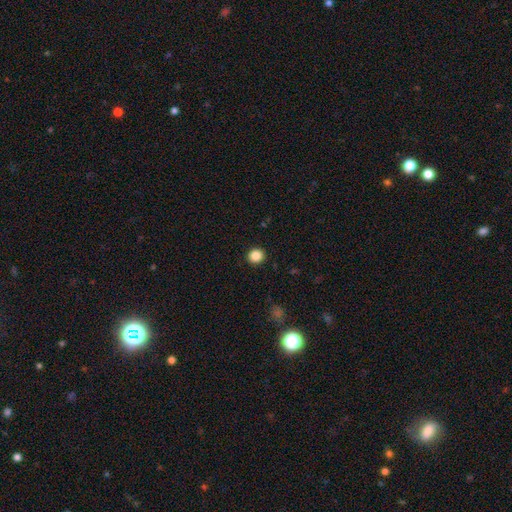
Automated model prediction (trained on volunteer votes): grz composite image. It shows a smooth galaxy with no disk features (86%) that is round (90%). Merging: none (93%).